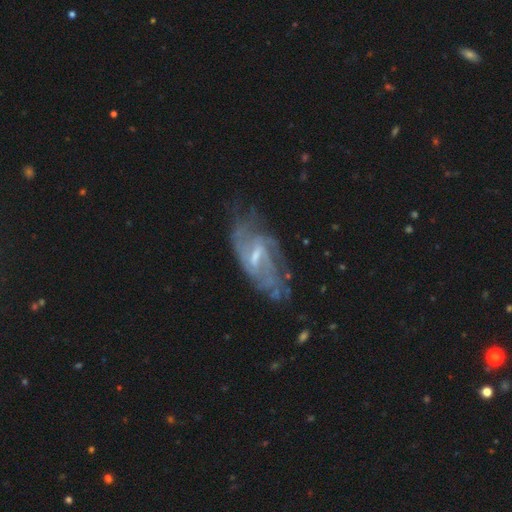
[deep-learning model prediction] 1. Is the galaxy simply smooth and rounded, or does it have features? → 82% featured or disk, 11% smooth, 8% star or artifact.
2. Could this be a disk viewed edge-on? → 92% no, 8% yes.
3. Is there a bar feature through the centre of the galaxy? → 55% weak, 28% strong, 17% no.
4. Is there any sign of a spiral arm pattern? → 88% yes, 12% no.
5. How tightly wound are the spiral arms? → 42% medium, 35% tight, 23% loose.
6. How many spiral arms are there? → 38% can't tell, 34% 2, 13% 3, 7% 4, 4% 1, 4% more than 4.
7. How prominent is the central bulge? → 48% small, 38% moderate, 11% none, 2% large, 1% dominant.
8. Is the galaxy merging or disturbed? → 61% none, 22% minor disturbance, 14% major disturbance, 3% merger.